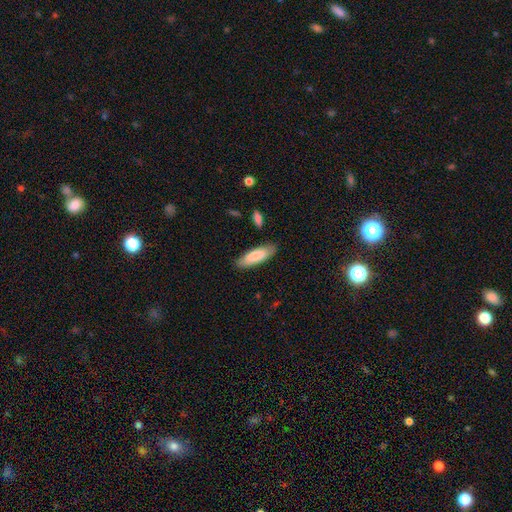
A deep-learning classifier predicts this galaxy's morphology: type=smooth (80%); roundness=in between (53%); merging=none (83%).